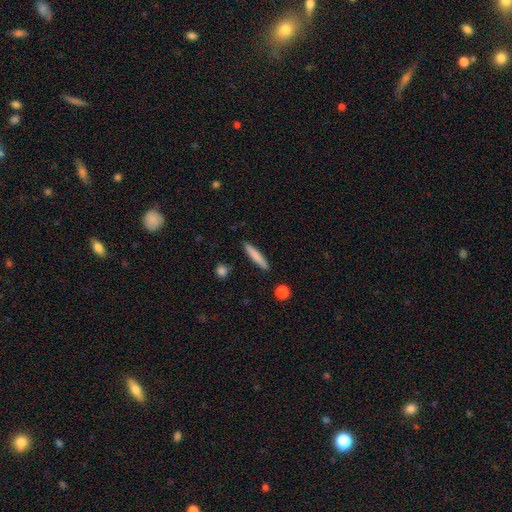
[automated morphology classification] Smooth or featured?
  - smooth: 79% *
  - featured or disk: 15%
  - star or artifact: 6%
How rounded?
  - cigar-shaped: 92% *
  - in between: 6%
  - round: 1%
Merging?
  - none: 90% *
  - minor disturbance: 7%
  - merger: 2%
  - major disturbance: 2%